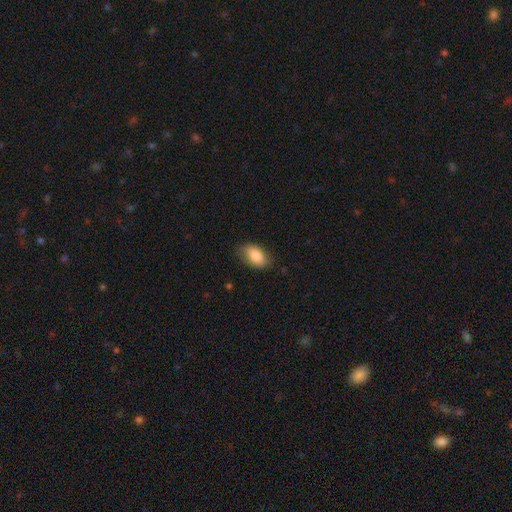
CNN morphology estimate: This appears to be a smooth galaxy with no disk features (82%) that is in between round and cigar-shaped (91%). Merging: none (76%).